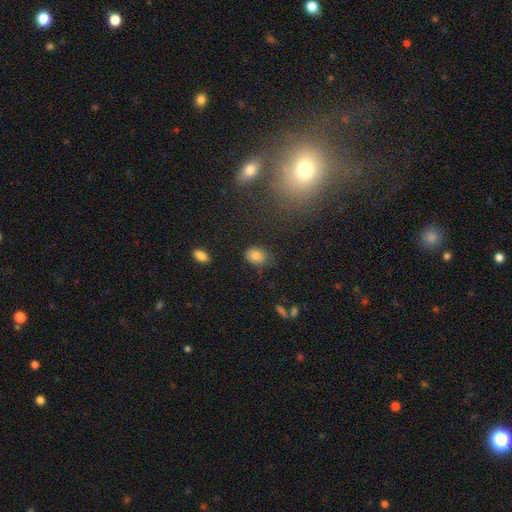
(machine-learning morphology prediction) A smooth galaxy with no disk features (83%) that is in between round and cigar-shaped (76%). Merging: none (74%).